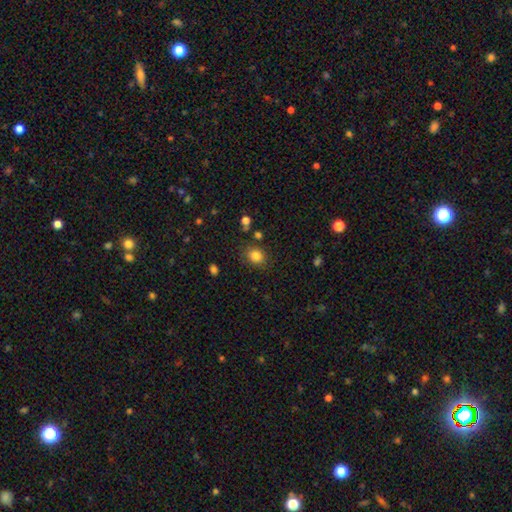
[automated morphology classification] type=smooth (83%); roundness=round (58%); merging=none (80%).